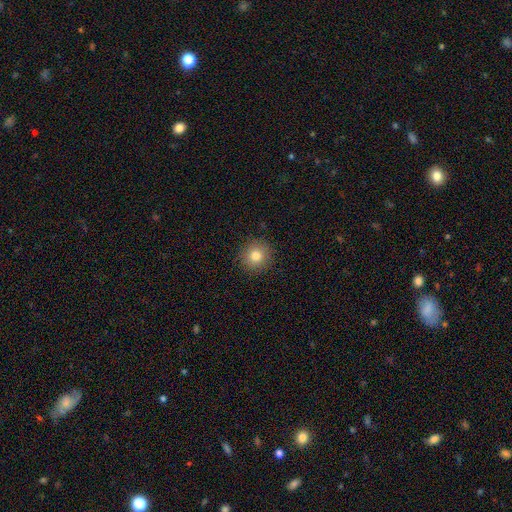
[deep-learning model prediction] Smooth or featured? Predicted: smooth (p=0.80). How rounded? Predicted: round (p=0.94). Merging? Predicted: none (p=0.91).